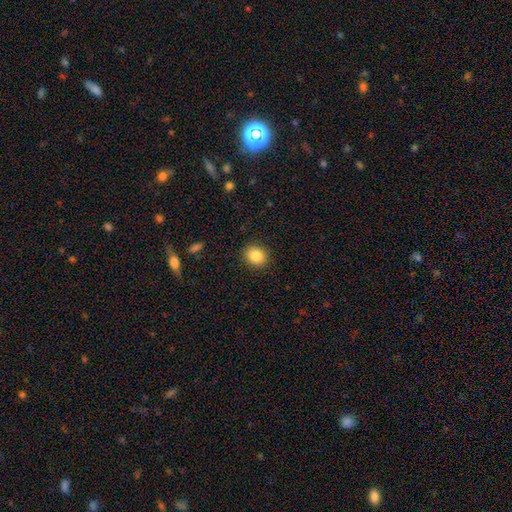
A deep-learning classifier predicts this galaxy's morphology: Q: Smooth or featured?
A: smooth (85%); runner-up: star or artifact (9%)
Q: How rounded?
A: round (68%); runner-up: in between (31%)
Q: Merging?
A: none (90%); runner-up: minor disturbance (7%)